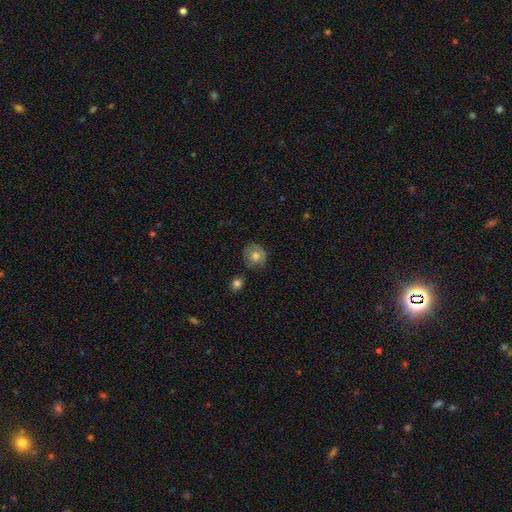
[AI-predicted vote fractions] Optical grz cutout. It shows a smooth galaxy with no disk features (65%) that is round (84%). Merging: none (73%).